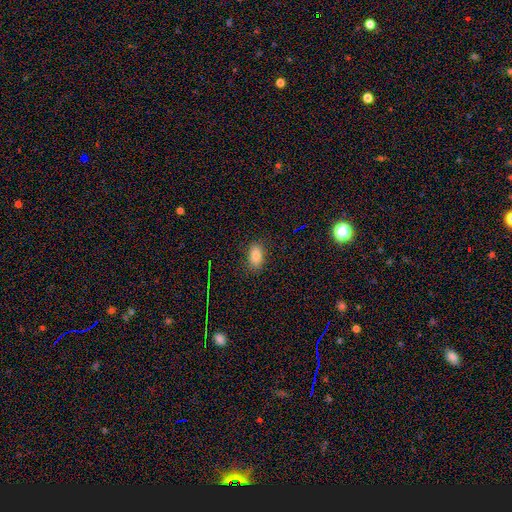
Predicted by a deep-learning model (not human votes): The model was most divided on "smooth or featured": smooth: 83%, star or artifact: 12%, featured or disk: 5%. More confident: how rounded — in between (90%); merging — none (85%).